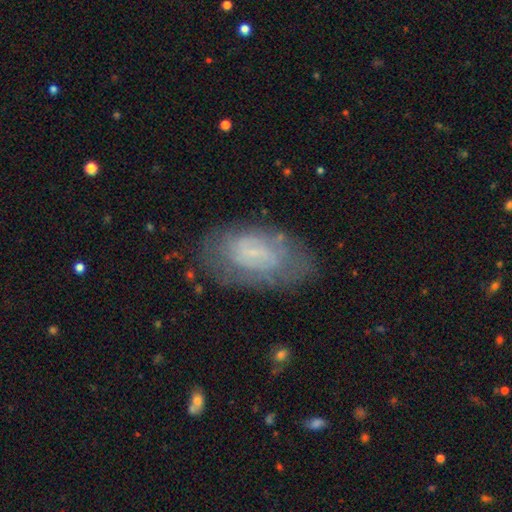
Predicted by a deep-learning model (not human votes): This appears to be a featured or disk galaxy (48%). Merging: none (70%).